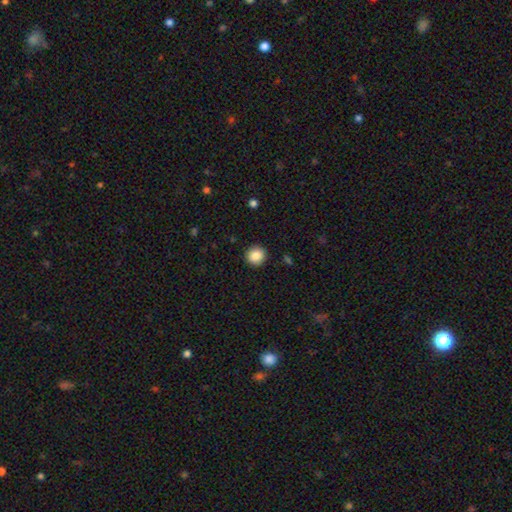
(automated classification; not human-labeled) Morphology: type=smooth (86%); roundness=round (91%); merging=none (92%).